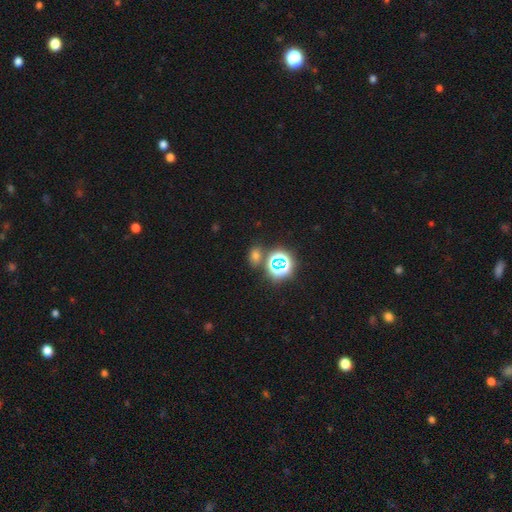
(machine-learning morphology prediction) This appears to be a smooth galaxy with no disk features (57%) that is in between round and cigar-shaped (66%). Merging: none (75%).